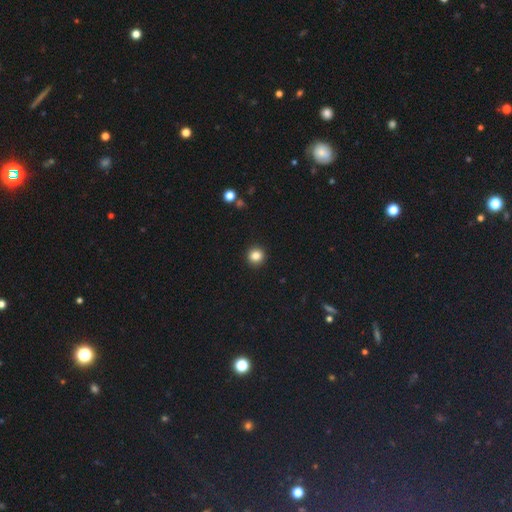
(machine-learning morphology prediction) smooth_or_featured: smooth (p=0.85) [alt: star or artifact p=0.11]
how_rounded: round (p=0.93) [alt: in between p=0.06]
merging: none (p=0.93) [alt: minor disturbance p=0.04]